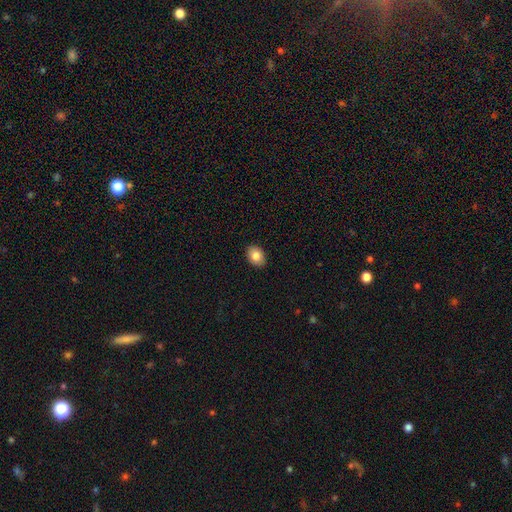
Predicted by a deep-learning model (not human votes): Smooth or featured: smooth — 84% (featured or disk — 8%)
How rounded: in between — 79% (round — 20%)
Merging: none — 90% (minor disturbance — 7%)